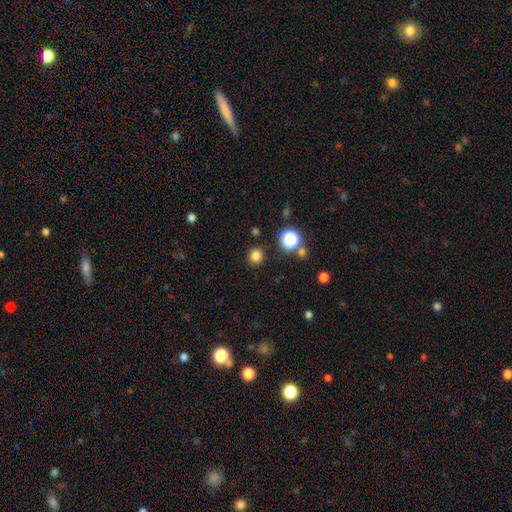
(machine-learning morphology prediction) Q: Smooth or featured?
A: smooth (80%); runner-up: star or artifact (15%)
Q: How rounded?
A: round (93%); runner-up: in between (6%)
Q: Merging?
A: none (89%); runner-up: minor disturbance (6%)